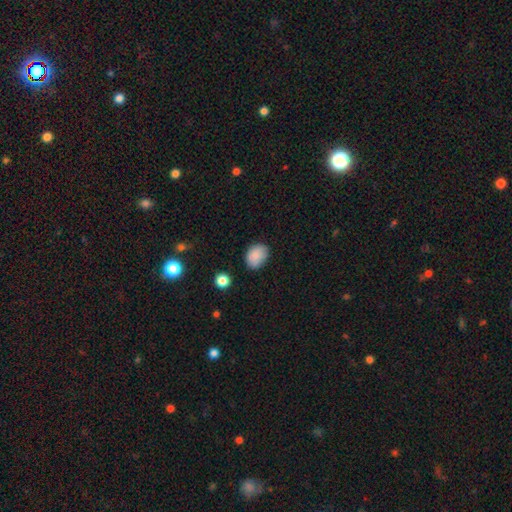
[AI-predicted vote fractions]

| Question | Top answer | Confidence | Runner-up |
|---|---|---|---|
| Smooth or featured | smooth | 87% | star or artifact (8%) |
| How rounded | in between | 70% | round (29%) |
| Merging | none | 76% | minor disturbance (18%) |